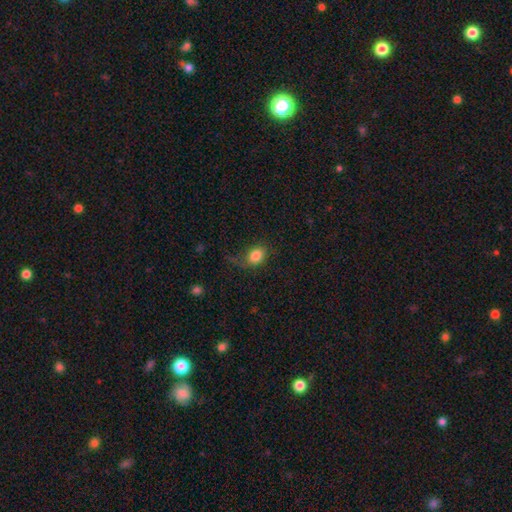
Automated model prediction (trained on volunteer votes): Smooth or featured?
  - smooth: 83% *
  - star or artifact: 9%
  - featured or disk: 8%
How rounded?
  - in between: 59% *
  - round: 39%
  - cigar-shaped: 1%
Merging?
  - none: 51% *
  - major disturbance: 23%
  - minor disturbance: 23%
  - merger: 3%